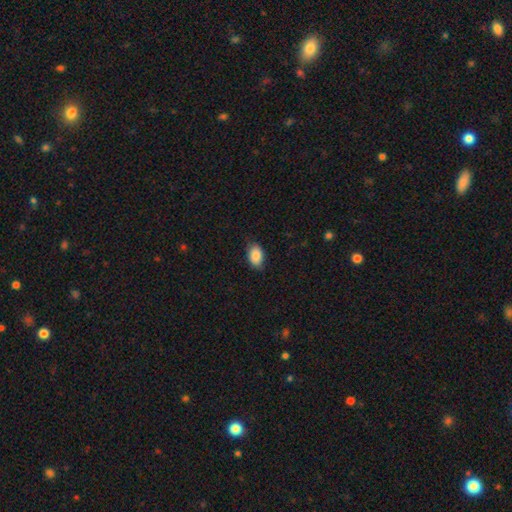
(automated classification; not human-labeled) smooth_or_featured: smooth (p=0.88) [alt: star or artifact p=0.07]
how_rounded: in between (p=0.88) [alt: round p=0.10]
merging: none (p=0.78) [alt: minor disturbance p=0.18]